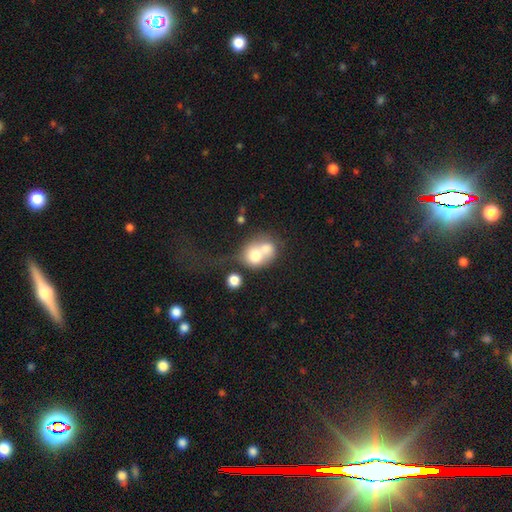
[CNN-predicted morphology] A smooth galaxy with no disk features (66%) that is round (60%). Merging: merger (67%).